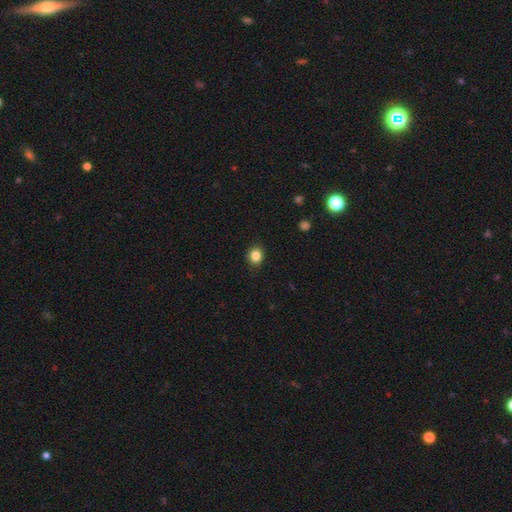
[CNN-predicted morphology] Q: Smooth or featured?
A: smooth (85%); runner-up: star or artifact (11%)
Q: How rounded?
A: round (73%); runner-up: in between (26%)
Q: Merging?
A: none (88%); runner-up: minor disturbance (8%)